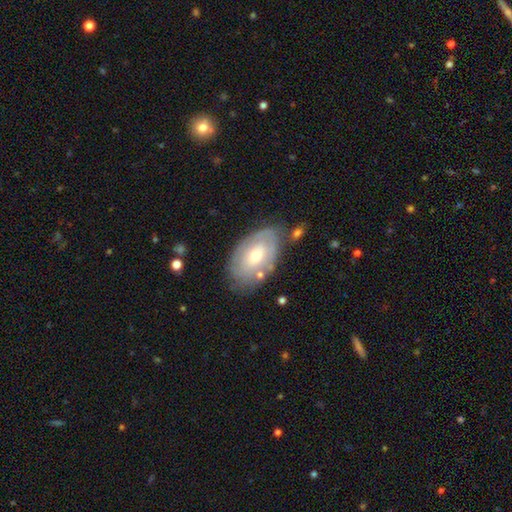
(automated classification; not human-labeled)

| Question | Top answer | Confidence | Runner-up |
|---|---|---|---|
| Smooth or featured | featured or disk | 54% | smooth (39%) |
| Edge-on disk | no | 92% | yes (8%) |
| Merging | none | 67% | minor disturbance (21%) |